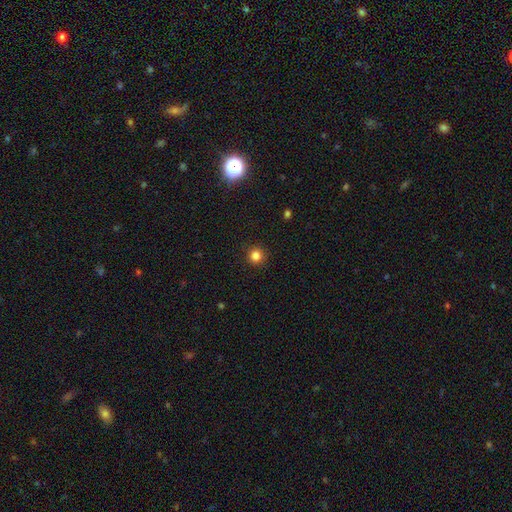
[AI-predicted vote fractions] Q: Smooth or featured?
A: smooth (83%); runner-up: star or artifact (12%)
Q: How rounded?
A: round (94%); runner-up: in between (5%)
Q: Merging?
A: none (91%); runner-up: minor disturbance (6%)